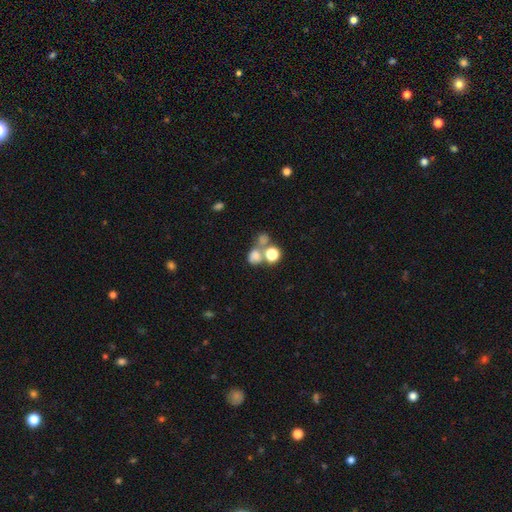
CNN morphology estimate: A smooth galaxy with no disk features (68%) that is round (70%). Merging: merger (47%).